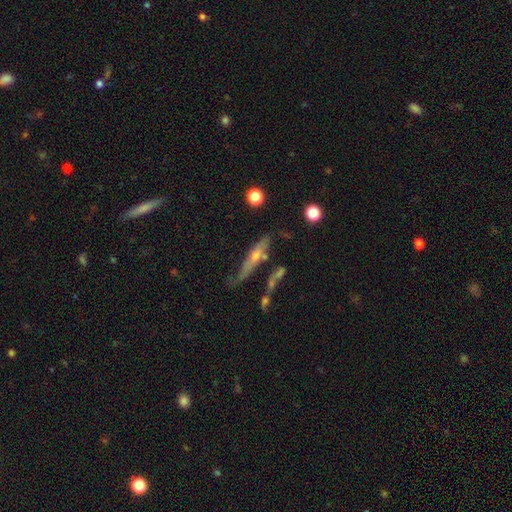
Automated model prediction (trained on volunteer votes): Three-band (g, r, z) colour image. It shows a featured or disk galaxy (59%) viewed edge-on (76%). Merging: none (51%).